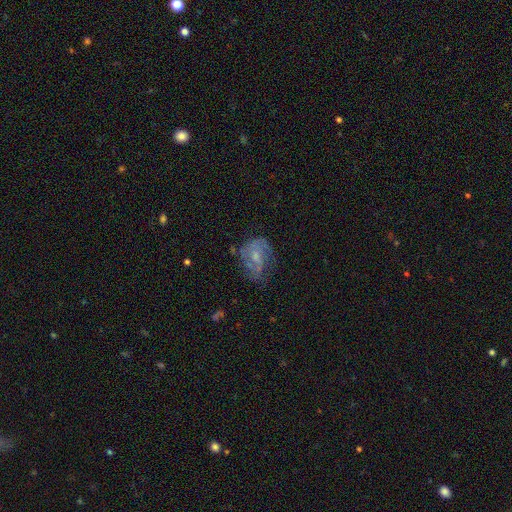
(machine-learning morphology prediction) Smooth or featured?
  - featured or disk: 65% *
  - smooth: 26%
  - star or artifact: 9%
Edge-on disk?
  - no: 97% *
  - yes: 3%
Bar?
  - no: 60% *
  - weak: 35%
  - strong: 5%
Spiral arms?
  - yes: 75% *
  - no: 25%
Bulge size?
  - small: 49% *
  - moderate: 38%
  - none: 10%
  - large: 2%
  - dominant: 1%
Merging?
  - none: 49% *
  - minor disturbance: 27%
  - major disturbance: 22%
  - merger: 3%